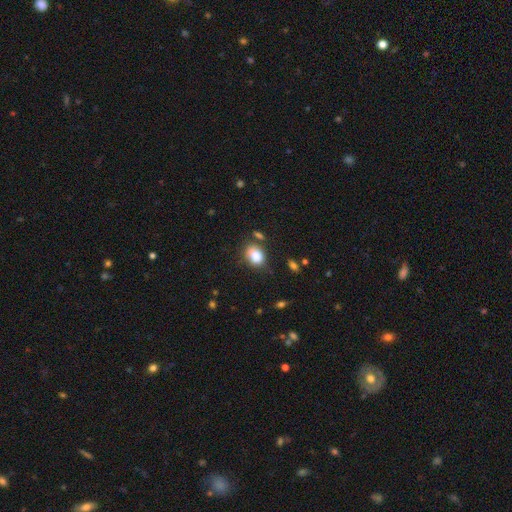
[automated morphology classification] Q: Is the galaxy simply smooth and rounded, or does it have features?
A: smooth — 85%.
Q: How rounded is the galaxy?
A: in between — 77%.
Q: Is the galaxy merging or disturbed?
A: none — 66%.